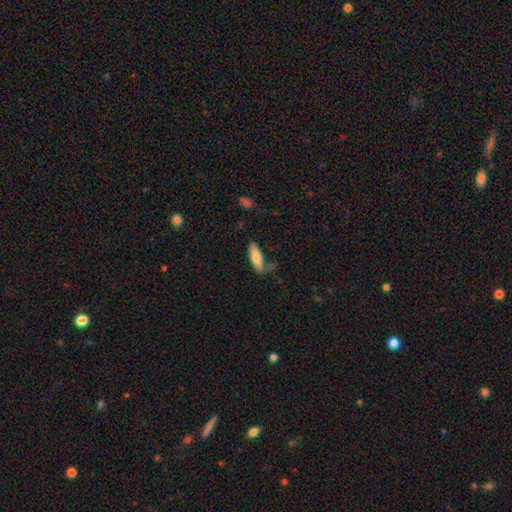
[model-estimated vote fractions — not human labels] The model was most divided on "how rounded": in between: 52%, cigar-shaped: 46%, round: 2%. More confident: smooth or featured — smooth (78%); merging — none (72%).